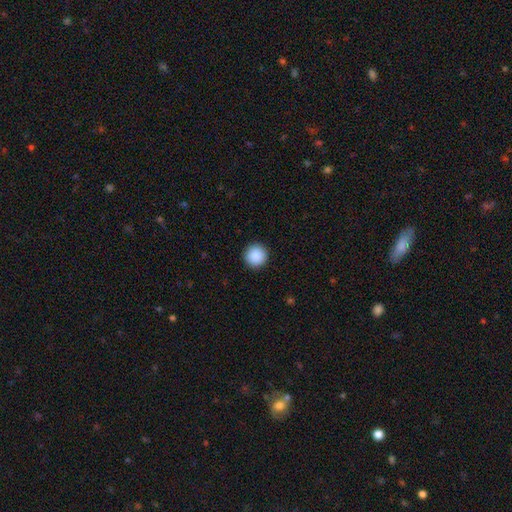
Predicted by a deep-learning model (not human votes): Overall: smooth (90%). How rounded: round (96%). Merging: none (93%).